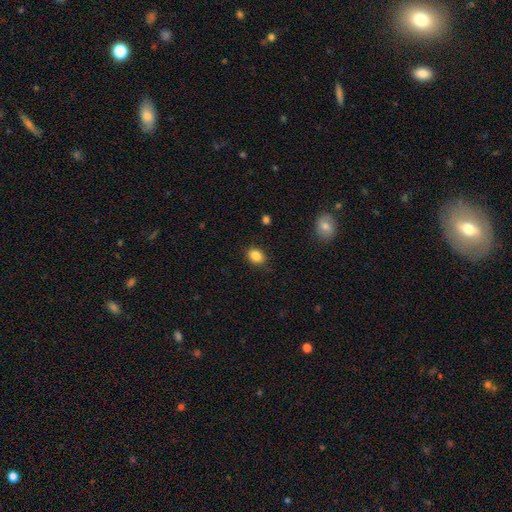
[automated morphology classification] Smooth or featured: smooth — 86% (star or artifact — 9%)
How rounded: in between — 61% (round — 38%)
Merging: none — 83% (minor disturbance — 13%)